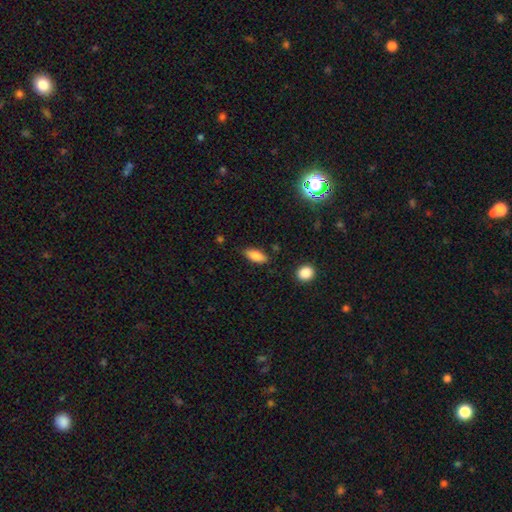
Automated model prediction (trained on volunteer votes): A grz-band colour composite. It shows a smooth galaxy with no disk features (82%) that is in between round and cigar-shaped (80%). Merging: none (82%).